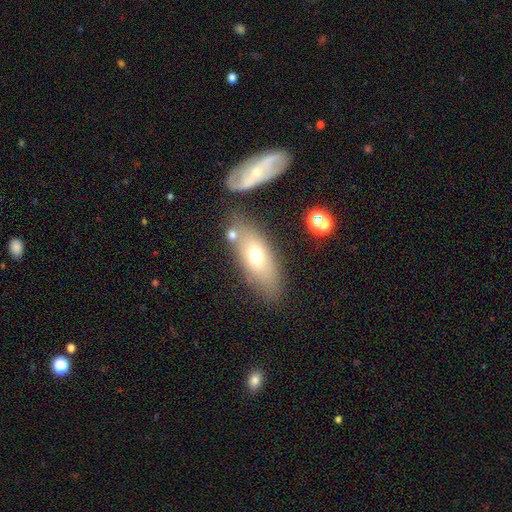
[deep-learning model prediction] Smooth or featured: smooth — 64% (featured or disk — 26%)
How rounded: in between — 78% (cigar-shaped — 17%)
Merging: none — 68% (minor disturbance — 14%)